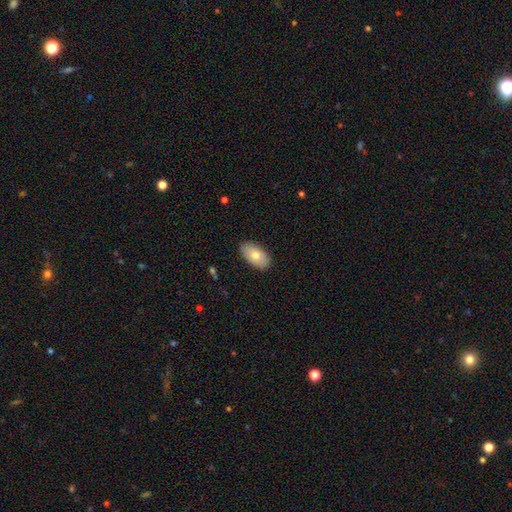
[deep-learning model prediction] Smooth or featured? Predicted: smooth (p=0.75). How rounded? Predicted: in between (p=0.94). Merging? Predicted: none (p=0.87).